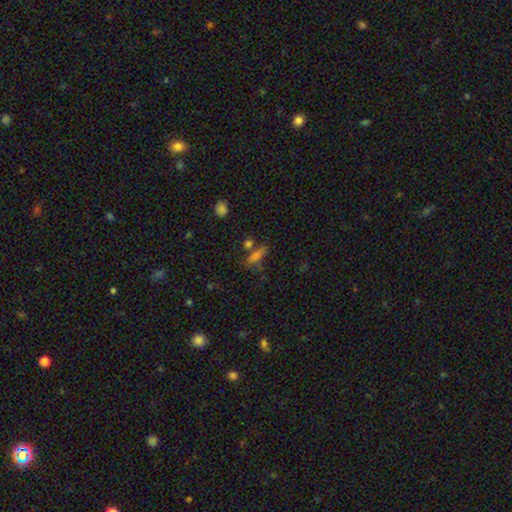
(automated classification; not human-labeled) Overall: smooth (51%; star or artifact 28%). How rounded: cigar-shaped (51%; in between 39%). Merging: none (60%).